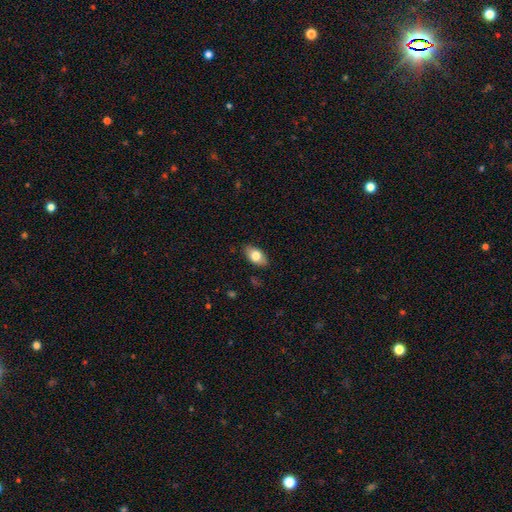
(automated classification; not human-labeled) A smooth galaxy with no disk features (77%) that is in between round and cigar-shaped (91%). Merging: none (85%).